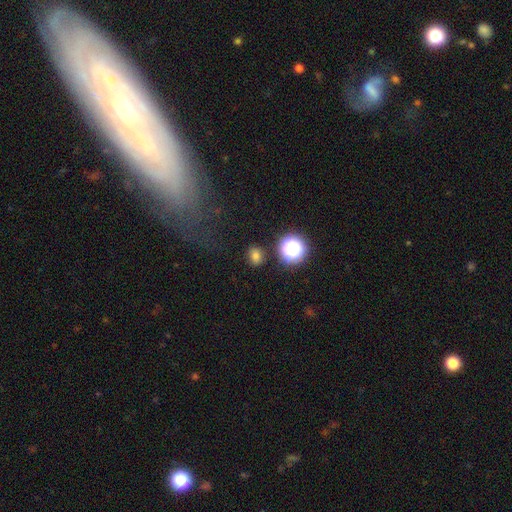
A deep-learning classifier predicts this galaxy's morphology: Smooth or featured? Predicted: smooth (p=0.73). How rounded? Predicted: round (p=0.53). Merging? Predicted: none (p=0.85).